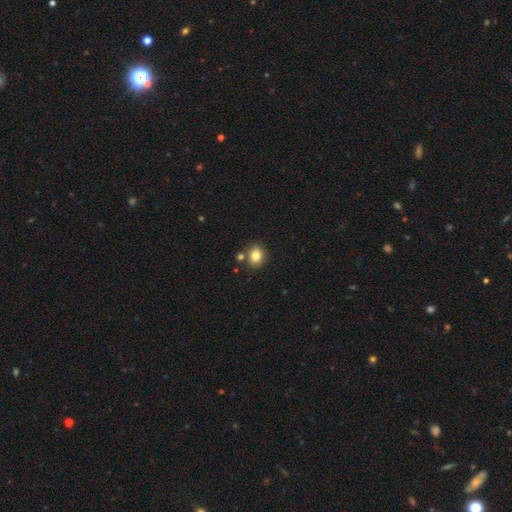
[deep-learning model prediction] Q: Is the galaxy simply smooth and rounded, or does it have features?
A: smooth — 83%.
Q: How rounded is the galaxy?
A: round — 61%.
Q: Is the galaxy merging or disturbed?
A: none — 75%.